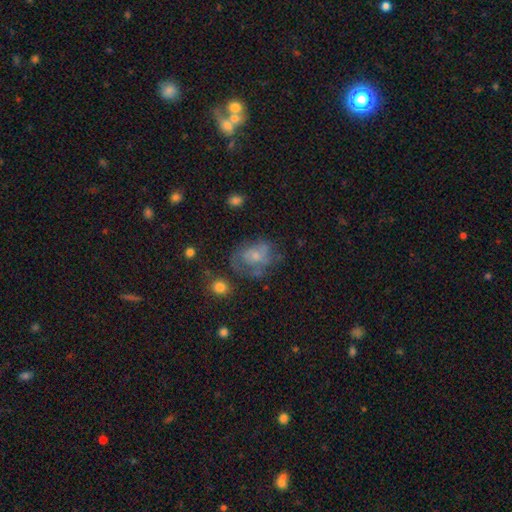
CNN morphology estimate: A featured or disk galaxy (46%). Merging: none (41%).